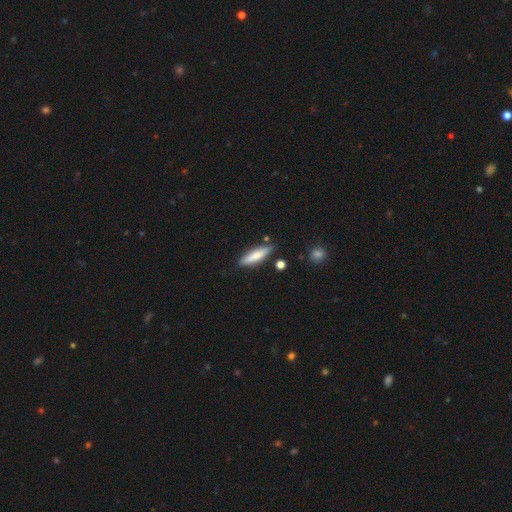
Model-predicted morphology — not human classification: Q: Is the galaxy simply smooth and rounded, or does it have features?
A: smooth — 71%.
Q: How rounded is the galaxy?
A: cigar-shaped — 76%.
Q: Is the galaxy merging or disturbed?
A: none — 81%.